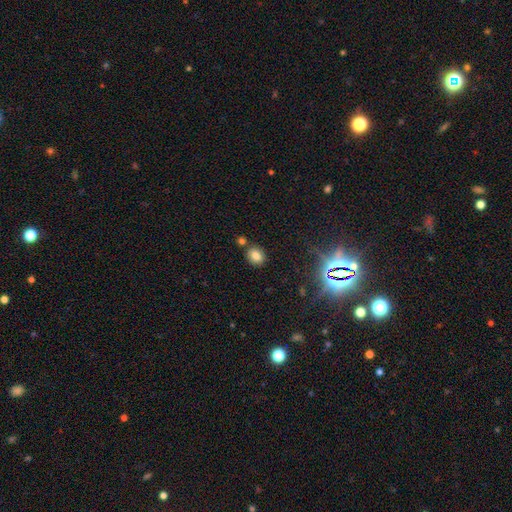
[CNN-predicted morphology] Smooth or featured?
  - smooth: 78% *
  - star or artifact: 15%
  - featured or disk: 7%
How rounded?
  - round: 59% *
  - in between: 40%
  - cigar-shaped: 1%
Merging?
  - none: 76% *
  - merger: 12%
  - minor disturbance: 9%
  - major disturbance: 3%